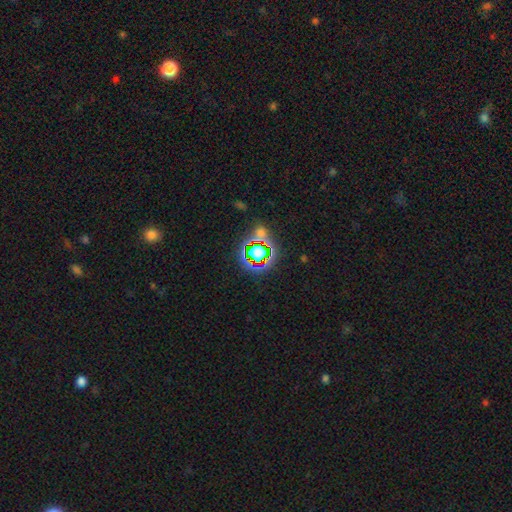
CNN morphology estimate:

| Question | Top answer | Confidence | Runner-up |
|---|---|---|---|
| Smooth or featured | star or artifact | 64% | smooth (23%) |